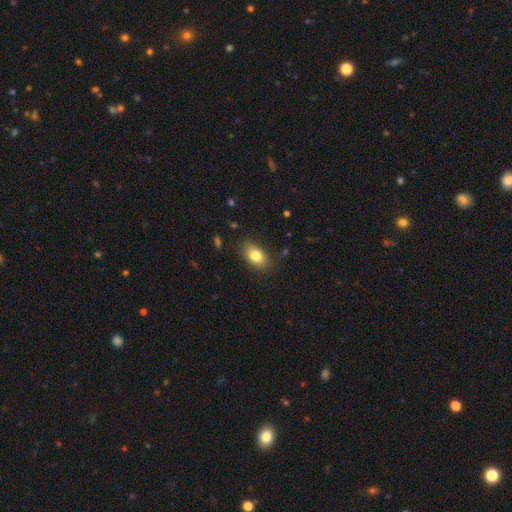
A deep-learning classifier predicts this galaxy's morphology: Smooth or featured: smooth — 80% (featured or disk — 11%)
How rounded: in between — 86% (round — 12%)
Merging: none — 79% (minor disturbance — 16%)